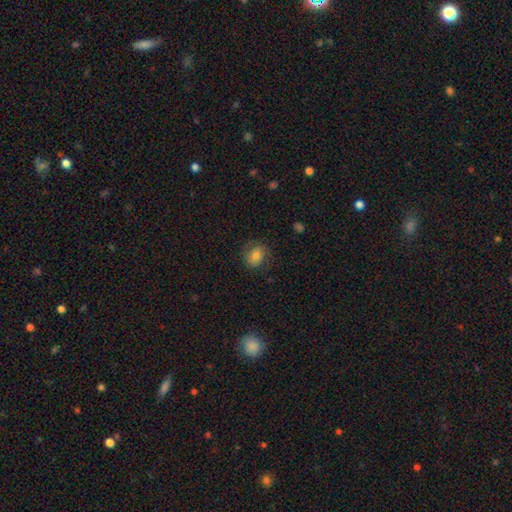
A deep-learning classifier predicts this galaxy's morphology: smooth_or_featured: smooth (p=0.63) [alt: featured or disk p=0.26]
how_rounded: round (p=0.59) [alt: in between p=0.40]
merging: none (p=0.74) [alt: minor disturbance p=0.17]